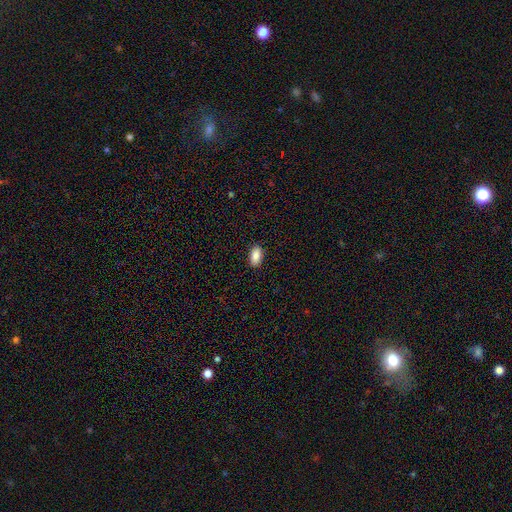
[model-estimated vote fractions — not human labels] The model was most divided on "smooth or featured": smooth: 88%, star or artifact: 7%, featured or disk: 5%. More confident: how rounded — in between (93%); merging — none (90%).